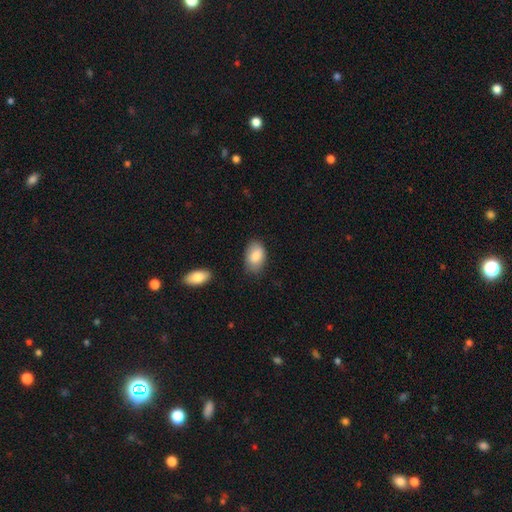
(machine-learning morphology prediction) smooth_or_featured: smooth (p=0.86) [alt: featured or disk p=0.08]
how_rounded: in between (p=0.91) [alt: round p=0.08]
merging: none (p=0.73) [alt: minor disturbance p=0.21]